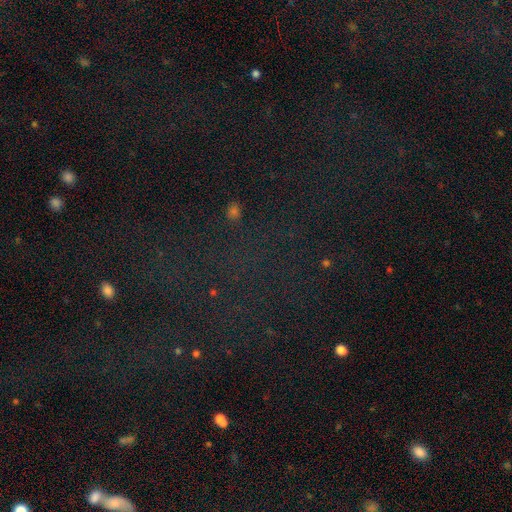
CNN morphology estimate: Smooth or featured? star or artifact (69%)